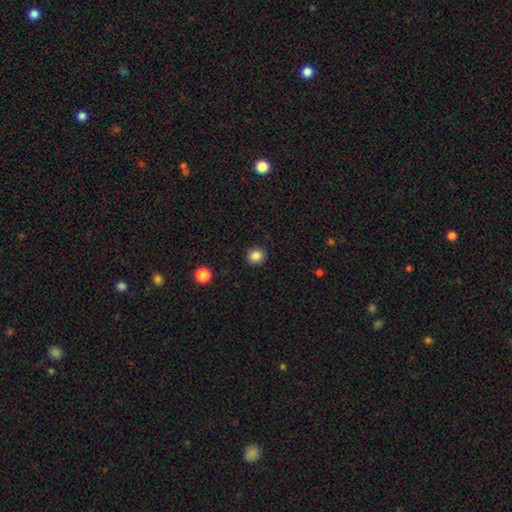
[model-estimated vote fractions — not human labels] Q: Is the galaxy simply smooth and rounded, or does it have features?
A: smooth — 86%.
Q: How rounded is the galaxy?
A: round — 87%.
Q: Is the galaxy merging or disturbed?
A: none — 91%.